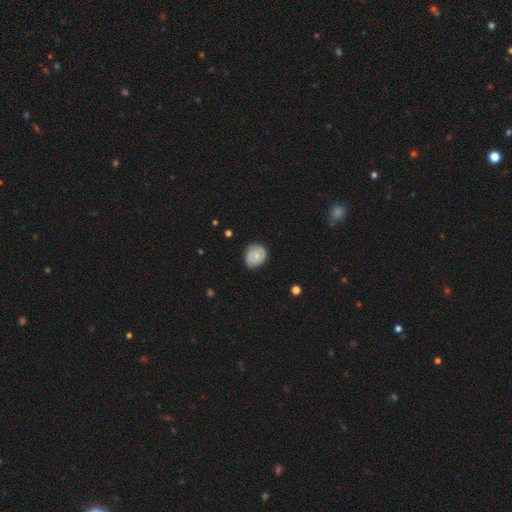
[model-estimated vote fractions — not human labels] smooth-or-featured: smooth: 62% | featured or disk: 31% | star or artifact: 7%
  how-rounded: round: 68% | in between: 31% | cigar-shaped: 1%
  merging: none: 72% | minor disturbance: 23% | major disturbance: 4% | merger: 1%